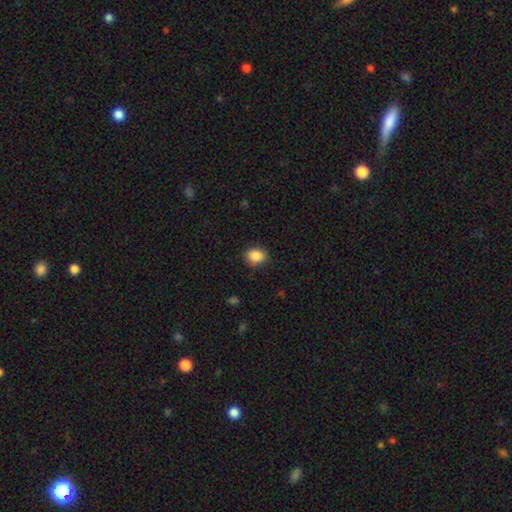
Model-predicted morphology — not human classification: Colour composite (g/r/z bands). It shows a smooth galaxy with no disk features (87%) that is in between round and cigar-shaped (52%). Merging: none (85%).